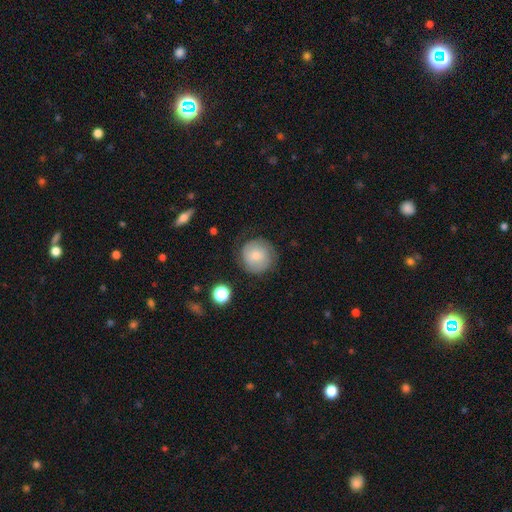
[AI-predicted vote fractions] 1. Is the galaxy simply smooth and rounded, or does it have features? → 66% smooth, 25% featured or disk, 8% star or artifact.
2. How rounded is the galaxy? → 93% round, 6% in between, 1% cigar-shaped.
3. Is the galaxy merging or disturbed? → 74% none, 18% minor disturbance, 7% major disturbance, 2% merger.